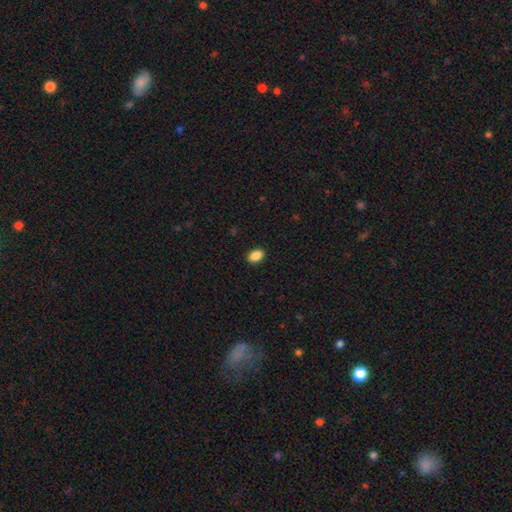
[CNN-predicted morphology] smooth 88%, star or artifact 8%, featured or disk 3%. Down the decision tree: how rounded — in between (86%); merging — none (91%).